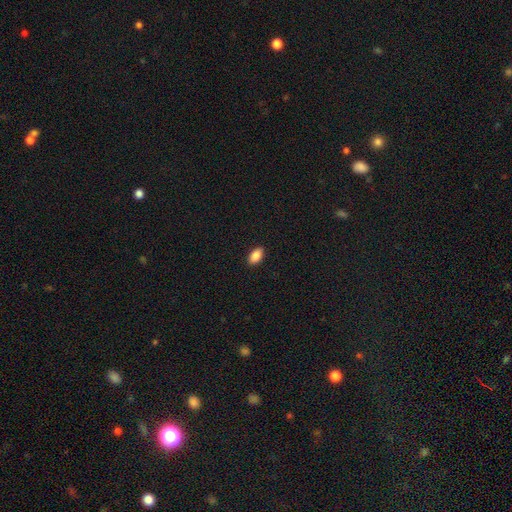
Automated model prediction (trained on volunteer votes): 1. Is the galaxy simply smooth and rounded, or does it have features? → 88% smooth, 7% star or artifact, 4% featured or disk.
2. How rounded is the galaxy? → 93% in between, 4% round, 3% cigar-shaped.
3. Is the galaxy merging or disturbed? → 90% none, 7% minor disturbance, 2% major disturbance, 1% merger.